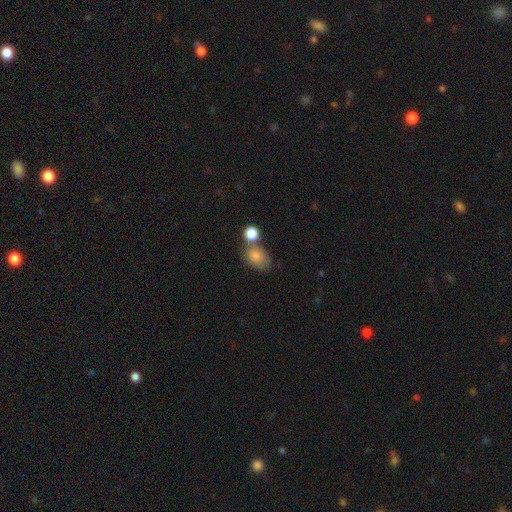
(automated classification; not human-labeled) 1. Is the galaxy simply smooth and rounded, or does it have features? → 83% smooth, 9% star or artifact, 8% featured or disk.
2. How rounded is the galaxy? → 73% in between, 26% round, 1% cigar-shaped.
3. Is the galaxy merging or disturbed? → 45% none, 31% merger, 17% minor disturbance, 7% major disturbance.